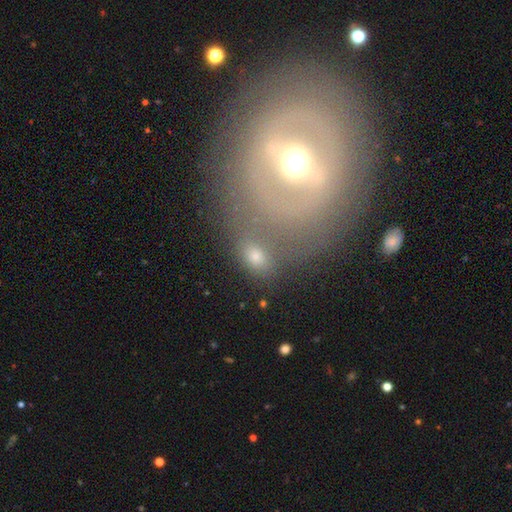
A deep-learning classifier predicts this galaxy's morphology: type=smooth (49%); merging=none (46%).